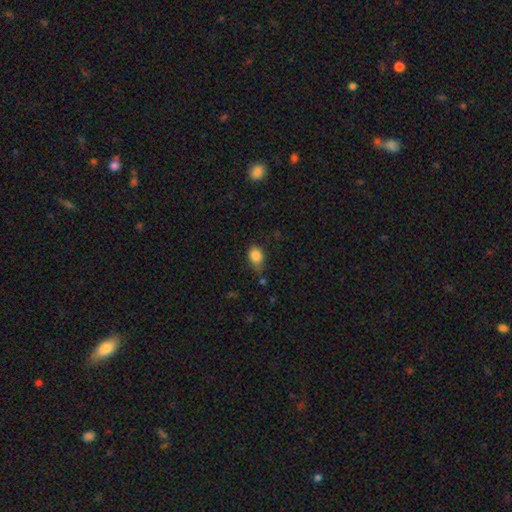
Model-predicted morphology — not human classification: Smooth or featured? Predicted: smooth (p=0.85). How rounded? Predicted: in between (p=0.66). Merging? Predicted: none (p=0.53).